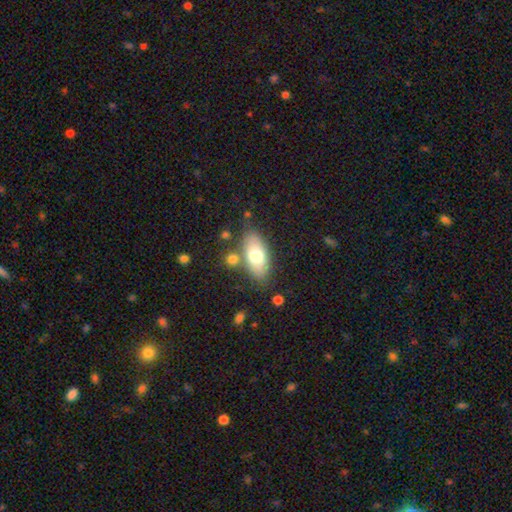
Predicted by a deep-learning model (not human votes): Smooth or featured?
  - smooth: 72% *
  - featured or disk: 21%
  - star or artifact: 7%
How rounded?
  - in between: 88% *
  - cigar-shaped: 8%
  - round: 4%
Merging?
  - none: 75% *
  - minor disturbance: 13%
  - merger: 8%
  - major disturbance: 4%